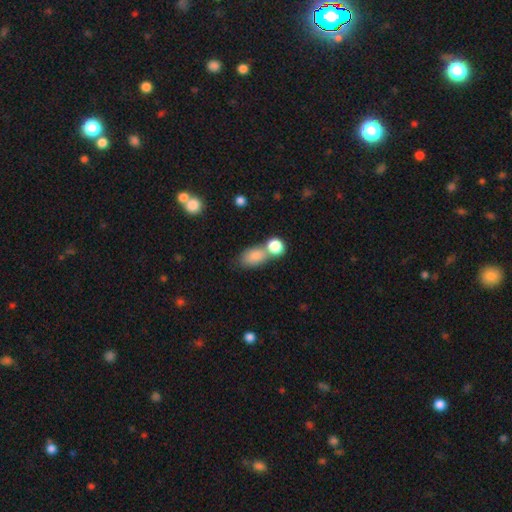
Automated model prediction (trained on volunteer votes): This appears to be a smooth galaxy with no disk features (83%) that is in between round and cigar-shaped (83%). Merging: merger (42%).